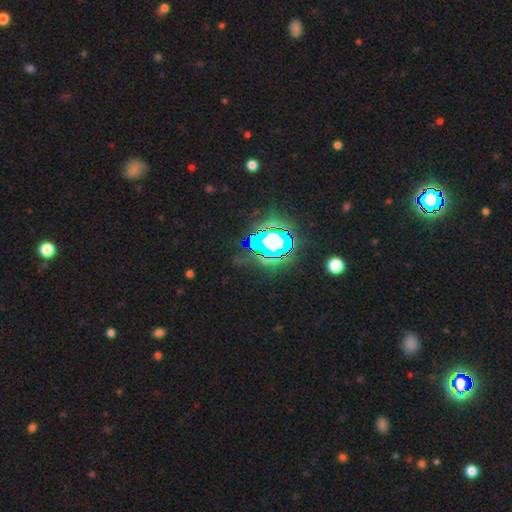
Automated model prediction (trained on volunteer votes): Overall: star or artifact (82%).